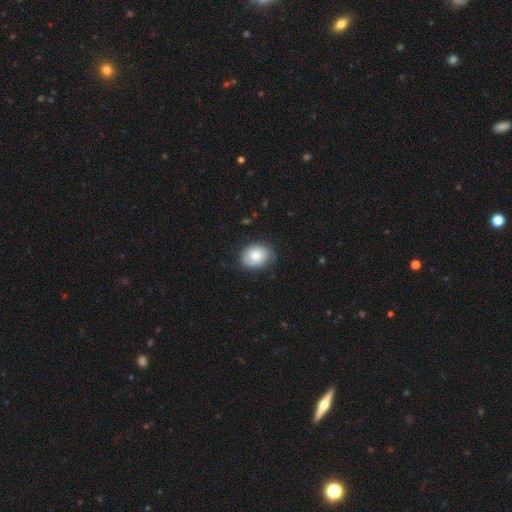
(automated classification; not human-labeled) This is likely a smooth galaxy (77%). How rounded: possibly in between (58%). Merging: likely none (78%).